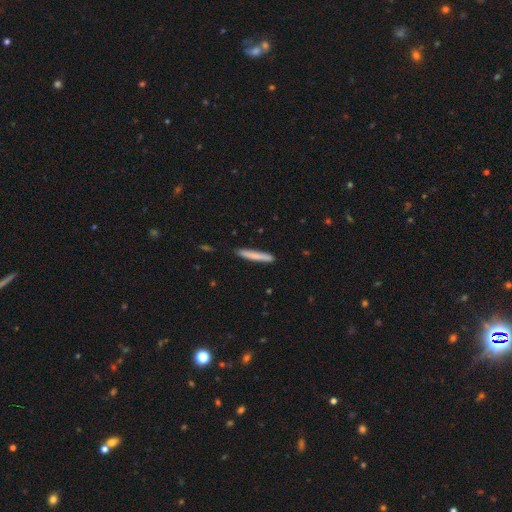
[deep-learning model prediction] The model was most divided on "smooth or featured": smooth: 77%, featured or disk: 17%, star or artifact: 6%. More confident: how rounded — cigar-shaped (96%); merging — none (89%).